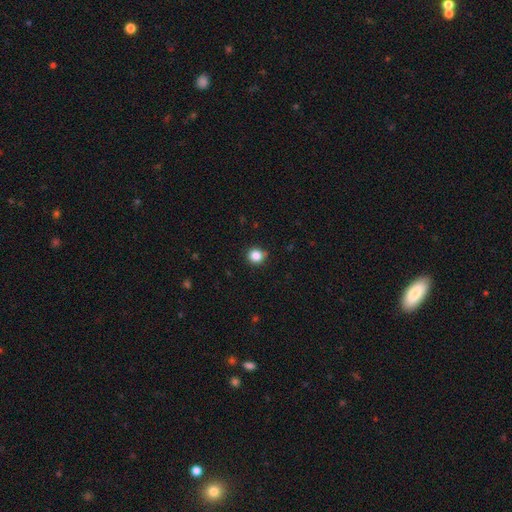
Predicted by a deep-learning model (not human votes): Smooth or featured: smooth — 85% (star or artifact — 11%)
How rounded: round — 90% (in between — 9%)
Merging: none — 87% (minor disturbance — 9%)